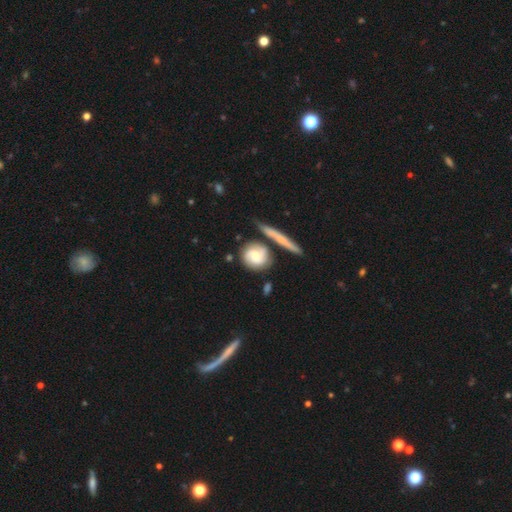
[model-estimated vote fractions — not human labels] The model was most divided on "spiral winding": tight: 54%, medium: 35%, loose: 10%. More confident: edge-on disk — no (91%); spiral arms — yes (90%); merging — none (64%); spiral arm count — 2 (63%); smooth or featured — featured or disk (62%); bulge size — moderate (60%); bar — no (60%).